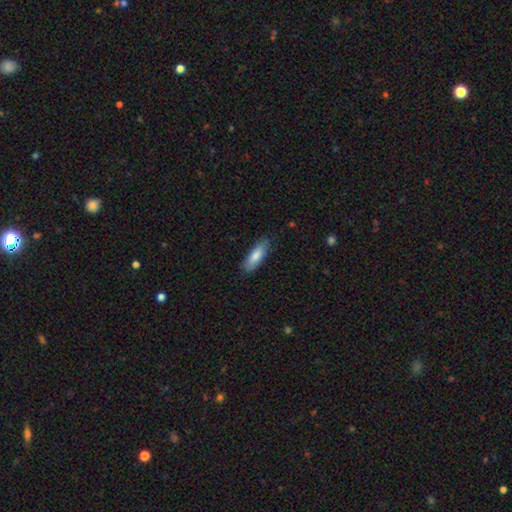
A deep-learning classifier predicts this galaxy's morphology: Smooth or featured: smooth — 79% (featured or disk — 15%)
How rounded: in between — 57% (cigar-shaped — 41%)
Merging: none — 82% (minor disturbance — 14%)